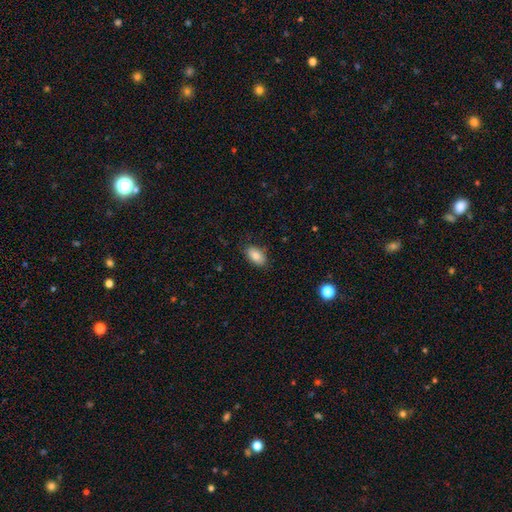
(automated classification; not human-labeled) Smooth or featured: smooth — 85% (star or artifact — 8%)
How rounded: in between — 93% (round — 5%)
Merging: none — 83% (minor disturbance — 13%)